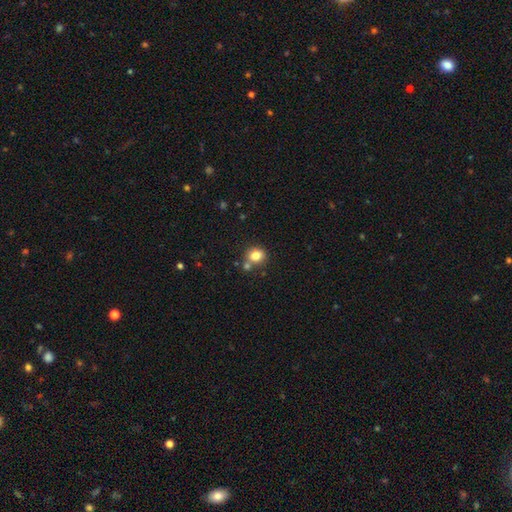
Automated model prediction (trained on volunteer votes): smooth 82%, star or artifact 11%, featured or disk 7%. Down the decision tree: how rounded — round (74%); merging — none (67%).